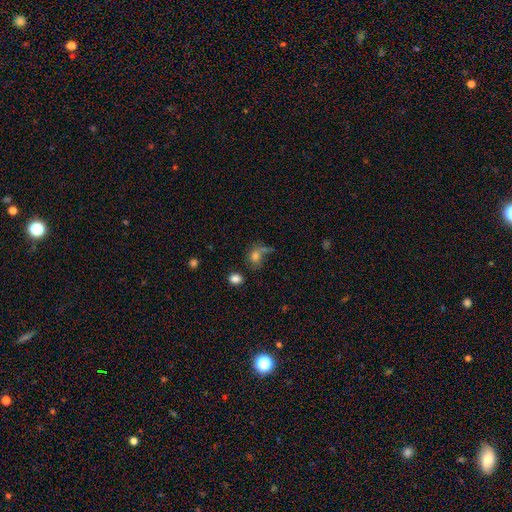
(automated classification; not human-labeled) Overall: smooth (69%). How rounded: round (55%; in between 43%). Merging: none (43%; merger 21%).